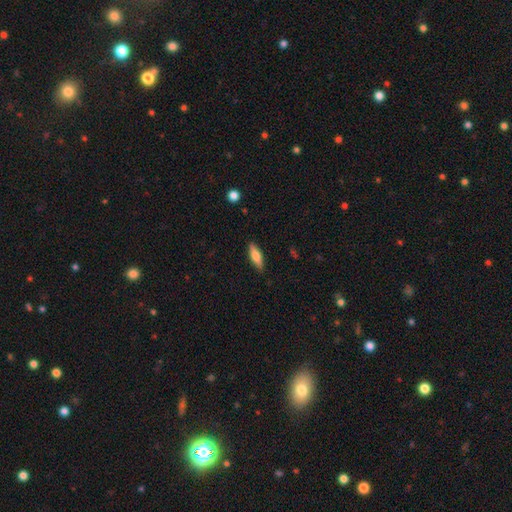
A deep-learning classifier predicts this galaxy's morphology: Smooth or featured: smooth — 71% (featured or disk — 23%)
How rounded: cigar-shaped — 49% (tied with in between — 49%)
Merging: none — 87% (minor disturbance — 10%)